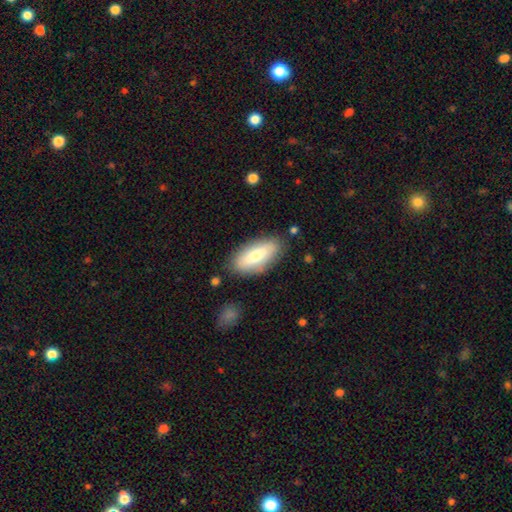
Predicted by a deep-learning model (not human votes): Morphology: type=smooth (70%); roundness=in between (80%); merging=none (83%).